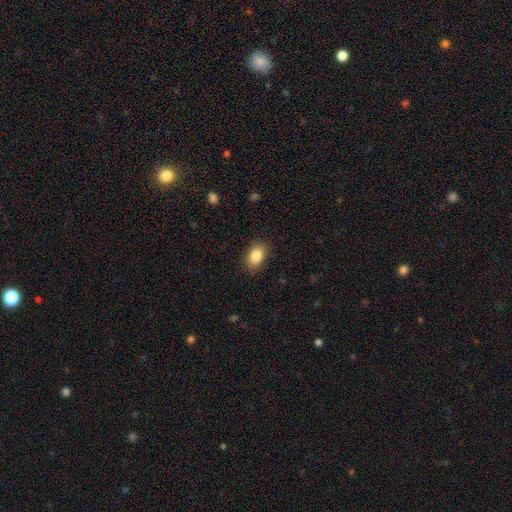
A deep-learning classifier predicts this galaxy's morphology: A smooth galaxy with no disk features (84%) that is in between round and cigar-shaped (86%). Merging: none (86%).